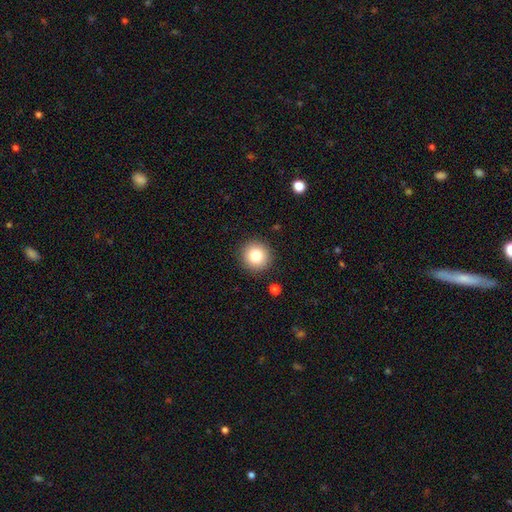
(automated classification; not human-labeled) A smooth galaxy with no disk features (82%) that is round (94%).

Vote fractions:
- Smooth or featured? smooth: 82% / star or artifact: 10% / featured or disk: 8%
- How rounded? round: 94% / in between: 5% / cigar-shaped: 1%
- Merging? none: 90% / minor disturbance: 6% / major disturbance: 2% / merger: 1%